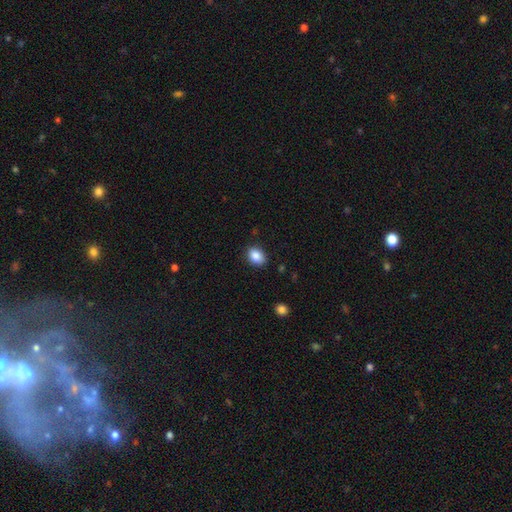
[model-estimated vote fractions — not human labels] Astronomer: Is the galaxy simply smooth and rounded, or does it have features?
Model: smooth — 87%.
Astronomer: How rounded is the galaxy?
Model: in between — 64%.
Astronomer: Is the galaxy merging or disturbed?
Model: none — 86%.